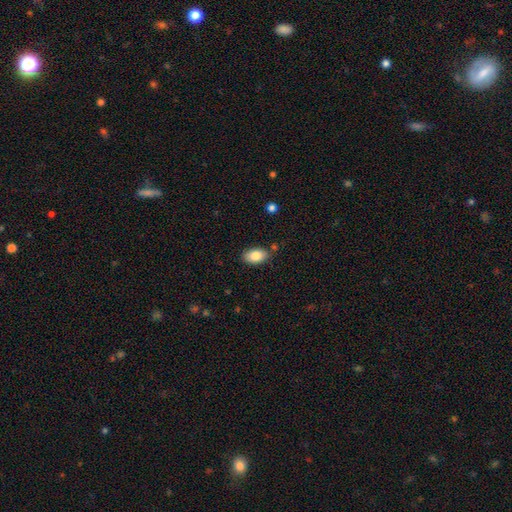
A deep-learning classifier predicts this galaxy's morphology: Smooth or featured? Predicted: smooth (p=0.85). How rounded? Predicted: in between (p=0.92). Merging? Predicted: none (p=0.82).